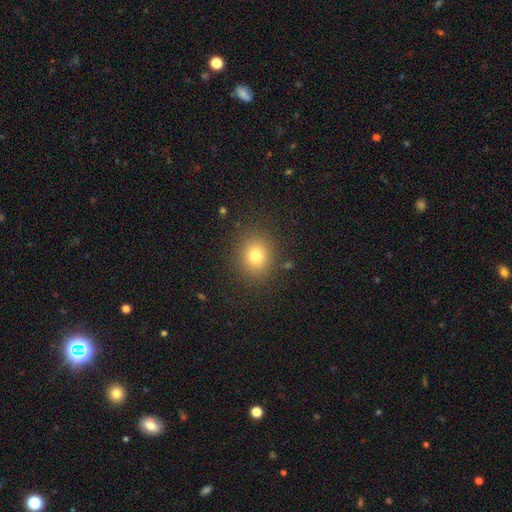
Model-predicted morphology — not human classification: The model was most divided on "how rounded": round: 66%, in between: 33%, cigar-shaped: 1%. More confident: merging — none (88%); smooth or featured — smooth (78%).